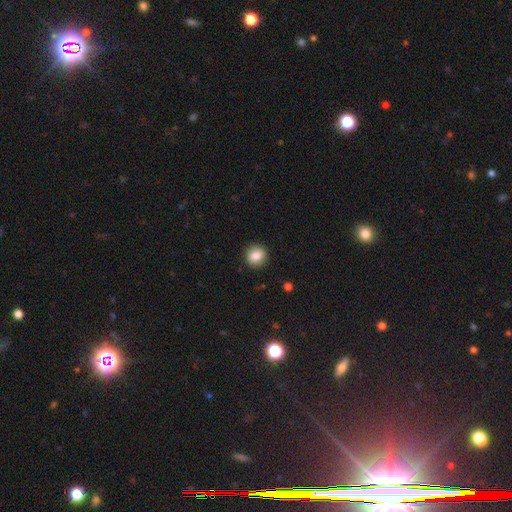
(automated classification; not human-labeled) smooth-or-featured: smooth: 85% | star or artifact: 9% | featured or disk: 6%
  how-rounded: round: 85% | in between: 14% | cigar-shaped: 1%
  merging: none: 91% | minor disturbance: 7% | major disturbance: 2% | merger: 1%